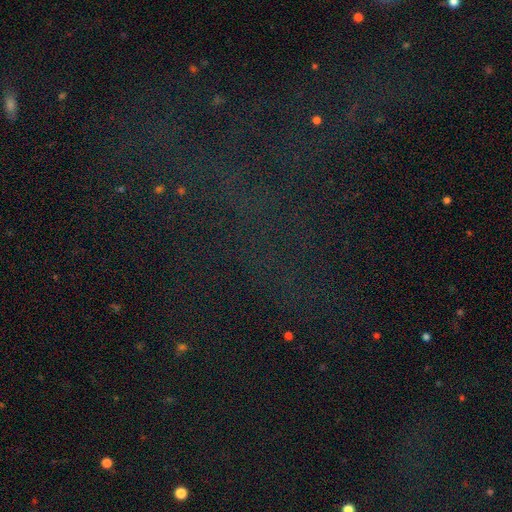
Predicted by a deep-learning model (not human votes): Overall: star or artifact (76%).